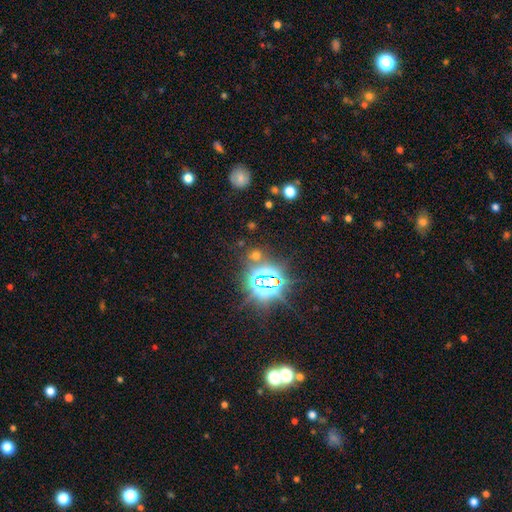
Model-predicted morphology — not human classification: This is likely a star or artifact rather than a galaxy (64%).